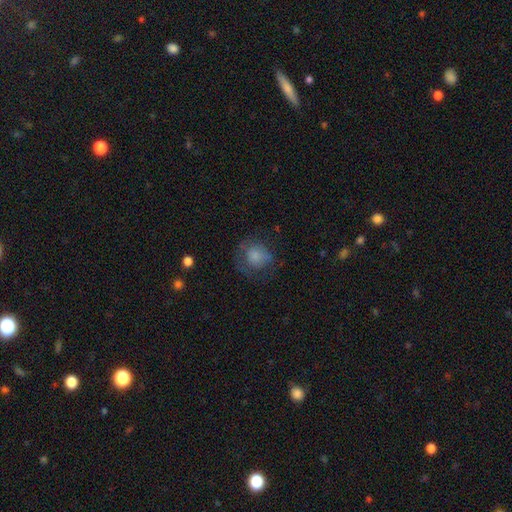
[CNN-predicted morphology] Smooth or featured: smooth — 72% (featured or disk — 18%)
How rounded: round — 79% (in between — 20%)
Merging: none — 52% (minor disturbance — 25%)